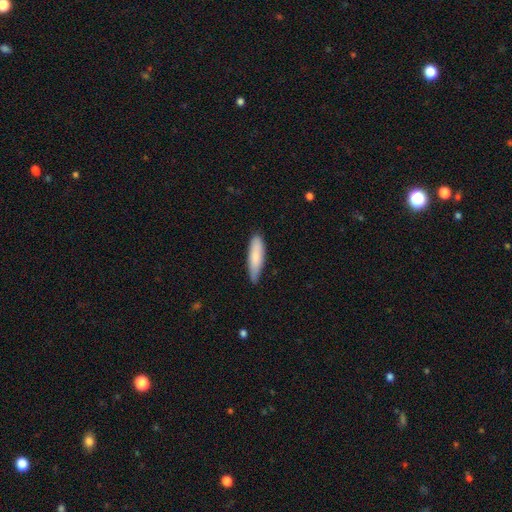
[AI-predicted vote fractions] Morphology: type=smooth (81%); roundness=cigar-shaped (67%); merging=none (77%).